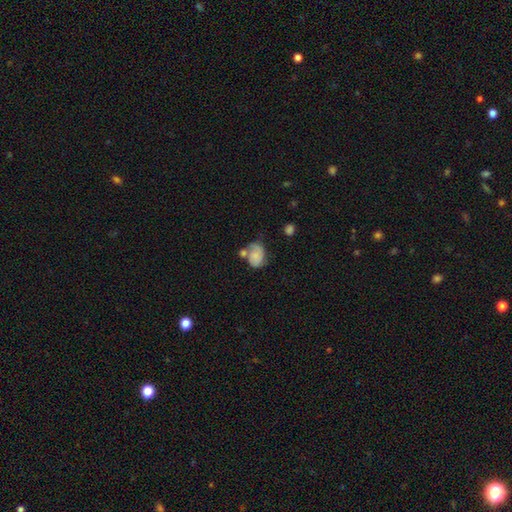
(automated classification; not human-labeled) smooth 56%, featured or disk 35%, star or artifact 9%. Down the decision tree: how rounded — in between (65%); merging — none (33%).